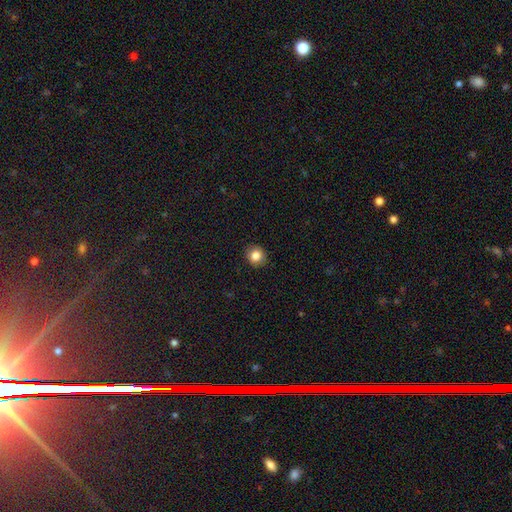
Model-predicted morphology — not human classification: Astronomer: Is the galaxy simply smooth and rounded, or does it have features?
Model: smooth — 83%.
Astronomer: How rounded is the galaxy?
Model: round — 84%.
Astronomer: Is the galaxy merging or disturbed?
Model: none — 90%.